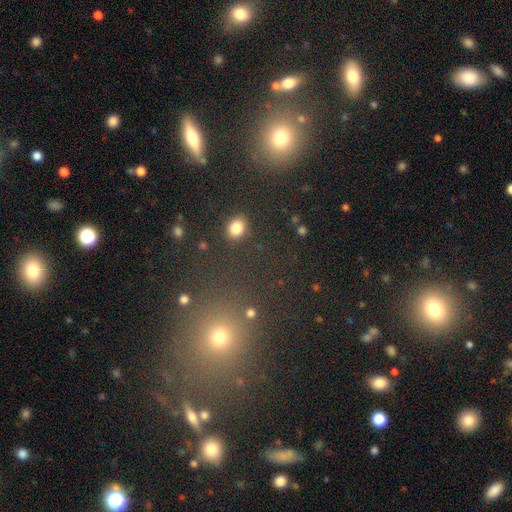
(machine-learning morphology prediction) This appears to be a smooth galaxy with no disk features (51%) that is round (79%). Merging: none (81%).